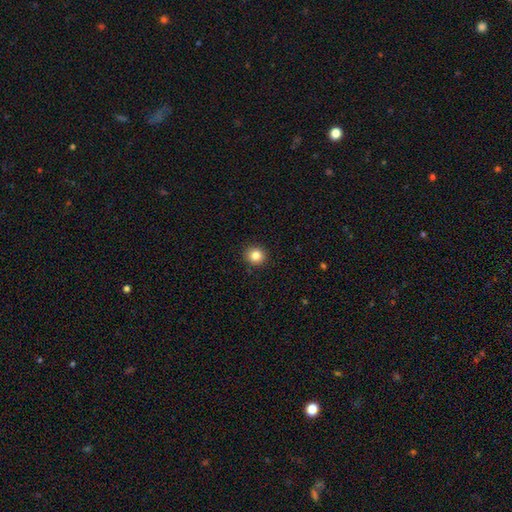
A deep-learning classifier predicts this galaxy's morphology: A smooth galaxy with no disk features (84%) that is round (88%). Merging: none (91%).